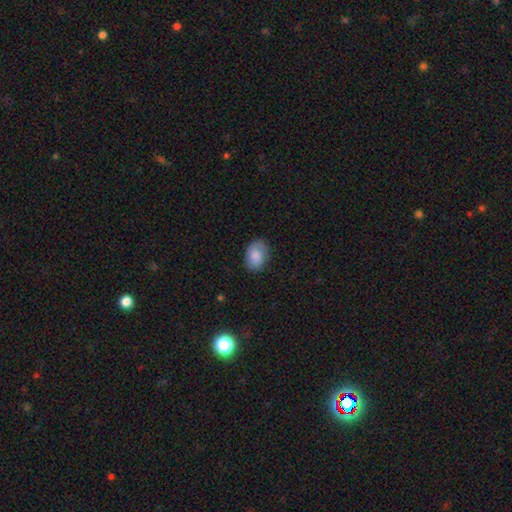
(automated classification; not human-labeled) Morphology: type=smooth (81%); roundness=in between (78%); merging=none (74%).